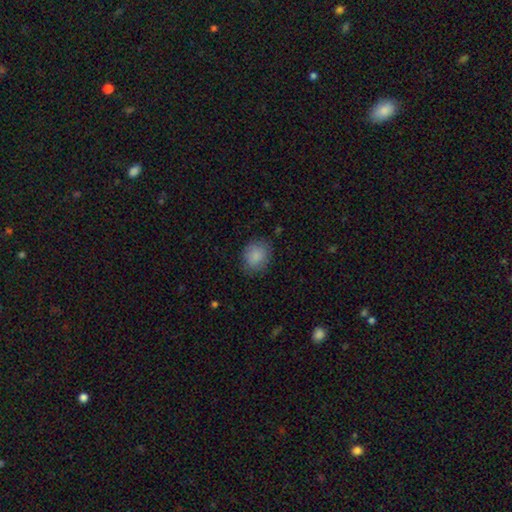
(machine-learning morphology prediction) Smooth or featured? smooth (87%)
How rounded? round (62%)
Merging? none (78%)